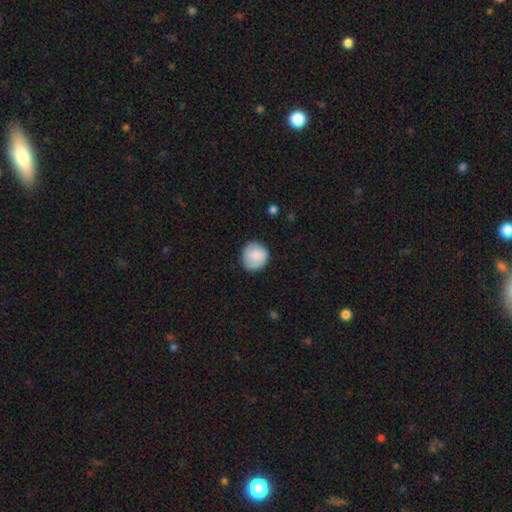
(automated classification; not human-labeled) Overall: smooth (80%). How rounded: round (86%). Merging: none (77%).